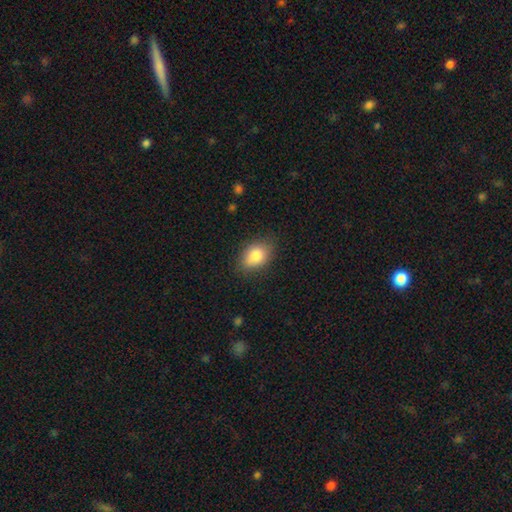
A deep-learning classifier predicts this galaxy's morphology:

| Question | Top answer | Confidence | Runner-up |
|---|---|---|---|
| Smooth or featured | smooth | 83% | featured or disk (9%) |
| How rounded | in between | 80% | round (19%) |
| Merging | none | 81% | minor disturbance (14%) |